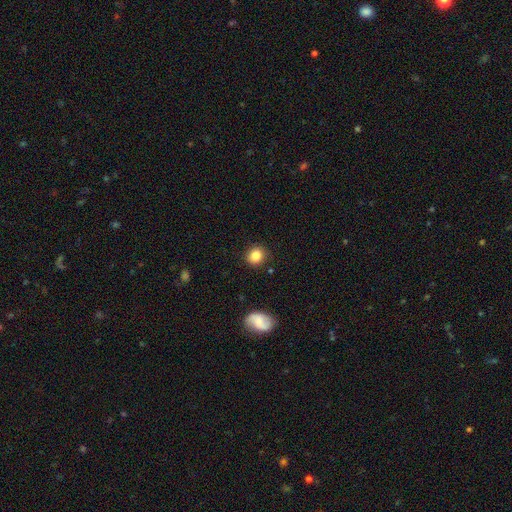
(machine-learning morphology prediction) Smooth or featured: smooth — 83% (star or artifact — 9%)
How rounded: round — 84% (in between — 15%)
Merging: none — 87% (minor disturbance — 9%)